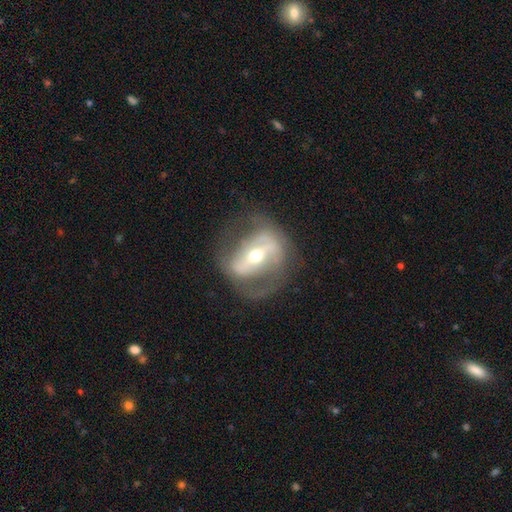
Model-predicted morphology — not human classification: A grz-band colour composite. It shows a featured or disk galaxy (78%) with a strong bar (61%), spiral arms (61%) and a moderate central bulge (58%). Merging: none (59%).